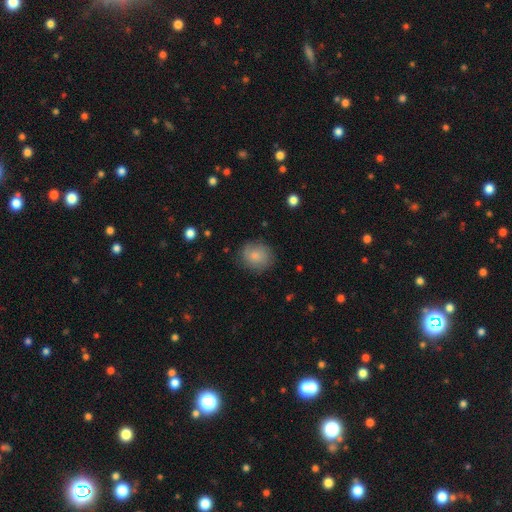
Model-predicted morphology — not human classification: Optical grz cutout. It shows a smooth galaxy with no disk features (75%) that is round (79%). Merging: none (77%).